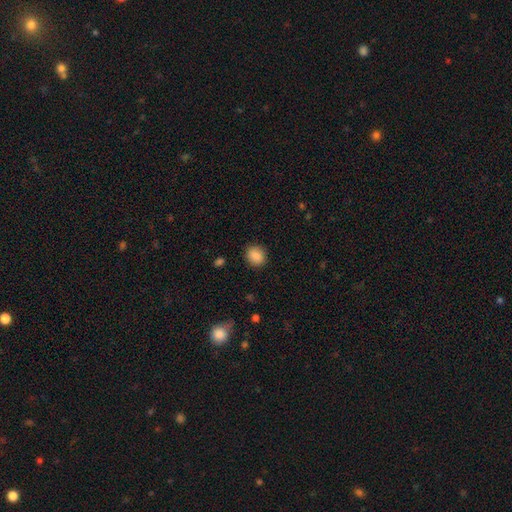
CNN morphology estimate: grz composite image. It shows a smooth galaxy with no disk features (88%) that is round (75%). Merging: none (89%).